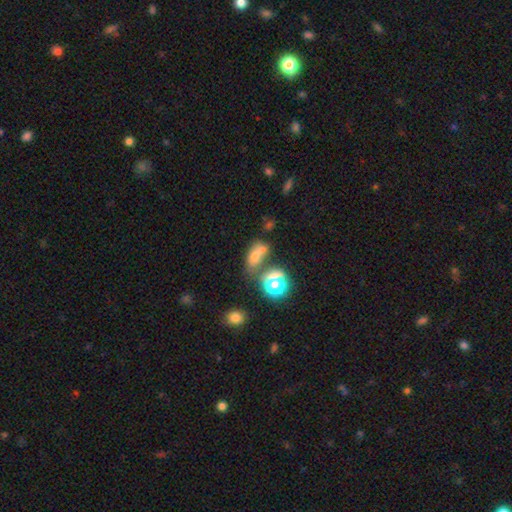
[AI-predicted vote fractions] smooth-or-featured: smooth: 62% | star or artifact: 22% | featured or disk: 16%
  how-rounded: in between: 71% | round: 23% | cigar-shaped: 6%
  merging: merger: 41% | none: 33% | minor disturbance: 14% | major disturbance: 12%